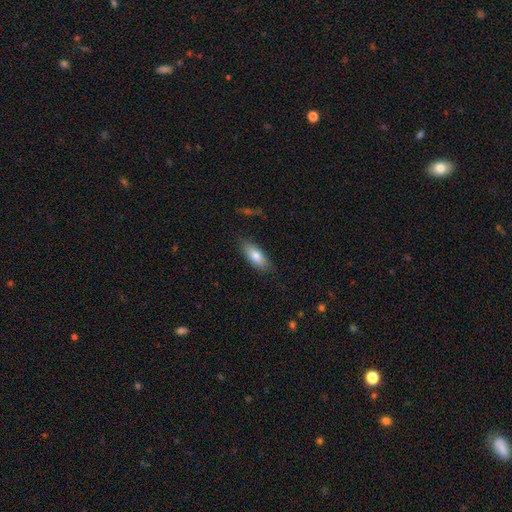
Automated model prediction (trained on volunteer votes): Overall: smooth (79%). How rounded: in between (74%). Merging: none (82%).